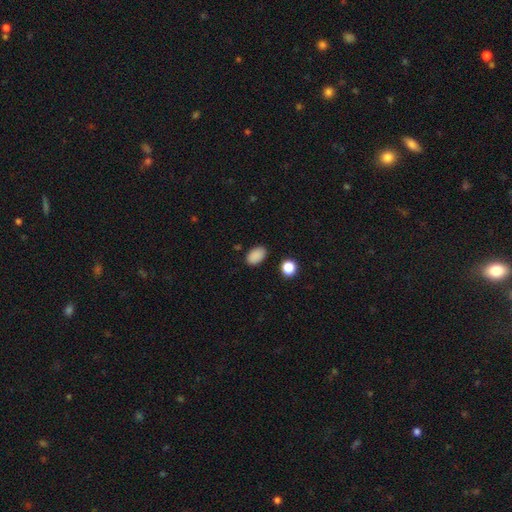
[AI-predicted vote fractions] Smooth or featured?
  - smooth: 88% *
  - star or artifact: 9%
  - featured or disk: 3%
How rounded?
  - in between: 88% *
  - round: 10%
  - cigar-shaped: 1%
Merging?
  - none: 86% *
  - minor disturbance: 10%
  - major disturbance: 2%
  - merger: 2%